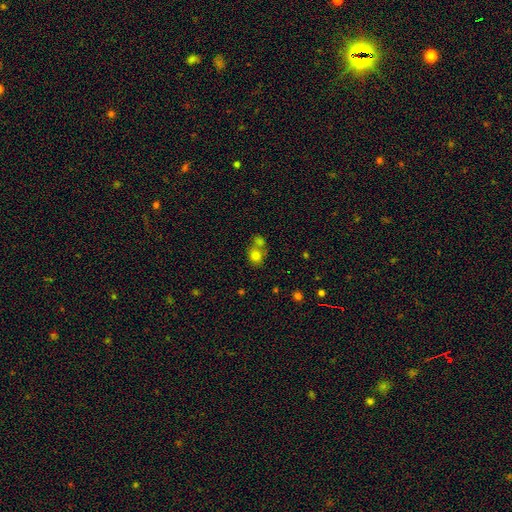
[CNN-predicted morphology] Overall: smooth (78%). How rounded: round (69%; in between 30%). Merging: none (43%, tied with merger).